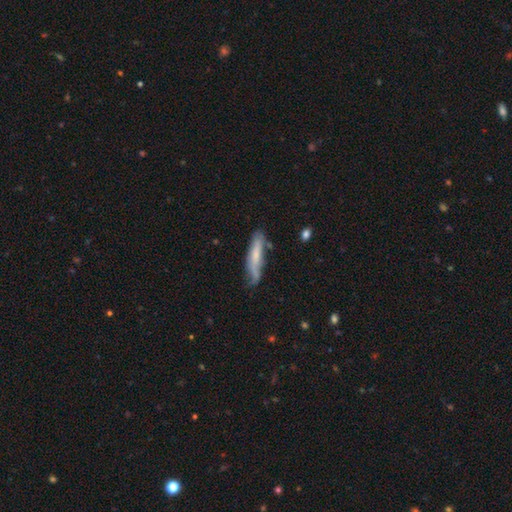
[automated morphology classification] Smooth or featured? Predicted: smooth (p=0.58). How rounded? Predicted: cigar-shaped (p=0.79). Merging? Predicted: none (p=0.57).